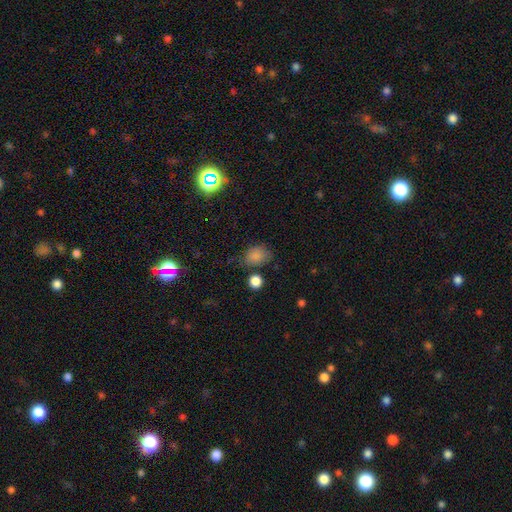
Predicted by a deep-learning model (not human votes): smooth_or_featured: smooth (p=0.83) [alt: star or artifact p=0.12]
how_rounded: in between (p=0.59) [alt: round p=0.39]
merging: none (p=0.63) [alt: minor disturbance p=0.22]